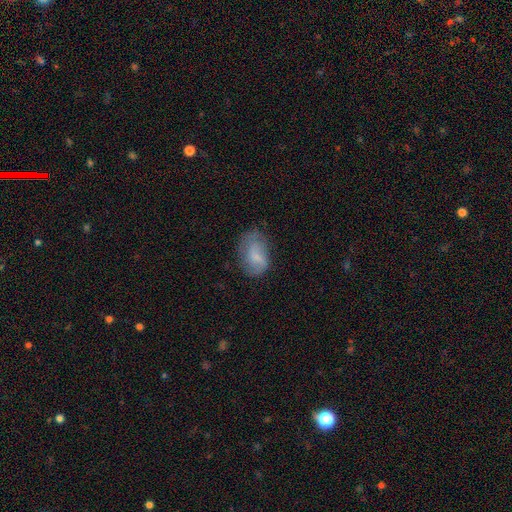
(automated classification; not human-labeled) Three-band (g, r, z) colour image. It shows a smooth galaxy with no disk features (60%) that is in between round and cigar-shaped (85%). Merging: none (51%).